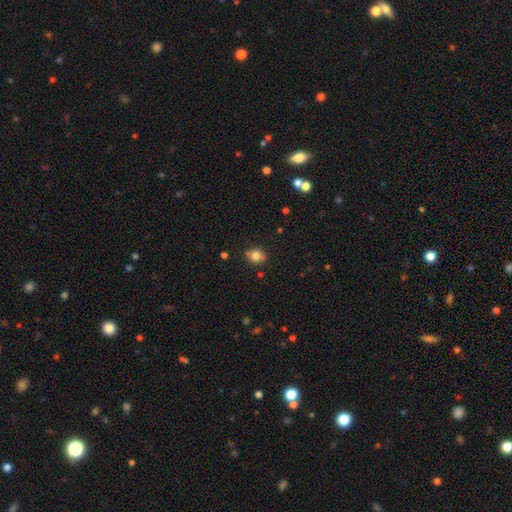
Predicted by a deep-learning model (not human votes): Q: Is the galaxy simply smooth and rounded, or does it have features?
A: smooth — 79%.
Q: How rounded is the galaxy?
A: round — 54%.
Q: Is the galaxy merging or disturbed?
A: none — 79%.